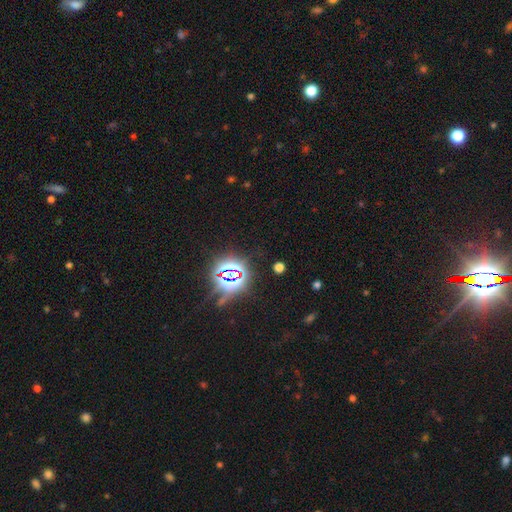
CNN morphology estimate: Q: Smooth or featured?
A: star or artifact (84%); runner-up: smooth (9%)